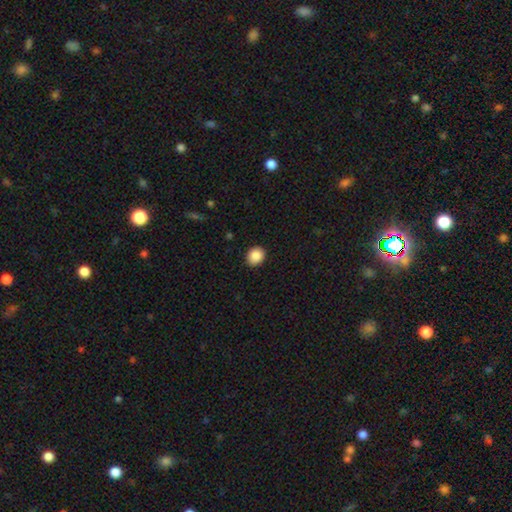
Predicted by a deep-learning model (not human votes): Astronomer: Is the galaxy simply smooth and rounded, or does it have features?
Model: smooth — 88%.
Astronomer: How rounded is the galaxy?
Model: round — 70%.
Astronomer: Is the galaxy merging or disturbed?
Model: none — 90%.